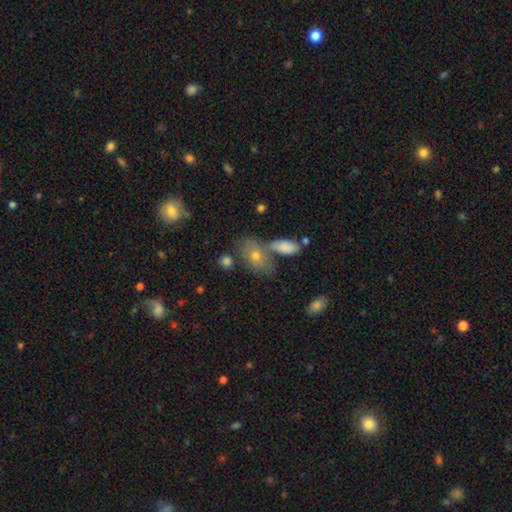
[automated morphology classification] Smooth or featured: smooth — 66% (featured or disk — 21%)
How rounded: in between — 81% (round — 16%)
Merging: none — 53% (merger — 26%)